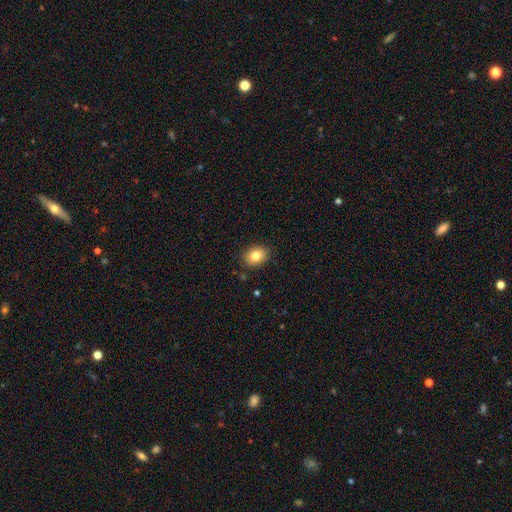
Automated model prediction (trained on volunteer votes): The model was most divided on "how rounded": in between: 65%, round: 34%, cigar-shaped: 1%. More confident: merging — none (87%); smooth or featured — smooth (83%).